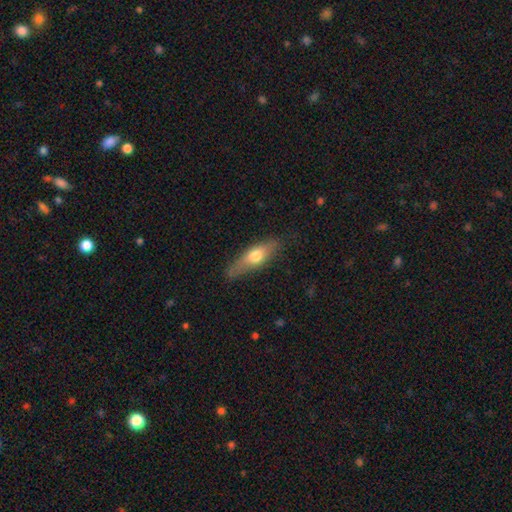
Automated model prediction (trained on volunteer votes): Smooth or featured?
  - smooth: 59% *
  - featured or disk: 35%
  - star or artifact: 6%
How rounded?
  - cigar-shaped: 51% *
  - in between: 45%
  - round: 4%
Merging?
  - none: 76% *
  - minor disturbance: 18%
  - major disturbance: 4%
  - merger: 1%